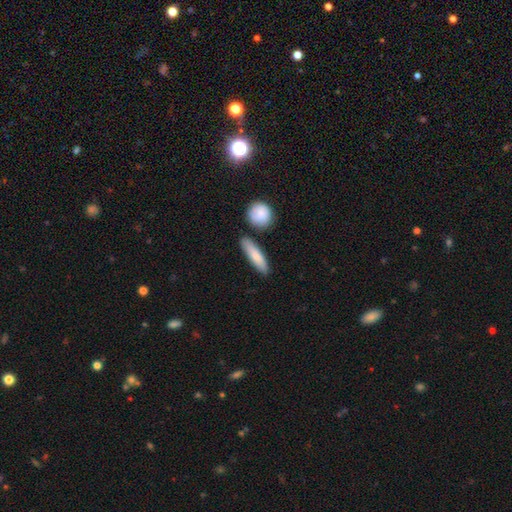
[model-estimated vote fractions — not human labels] A smooth galaxy with no disk features (79%) that is cigar-shaped (65%). Merging: none (80%).